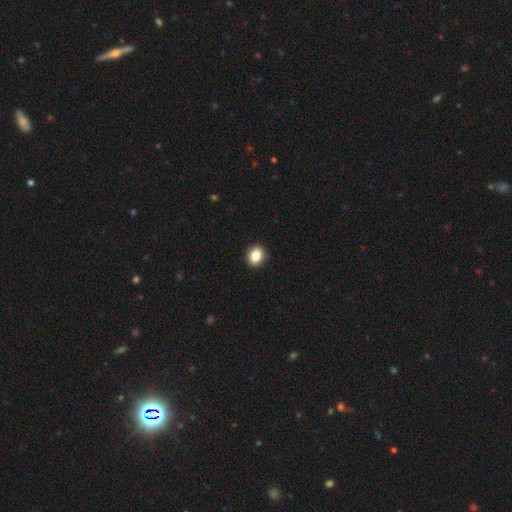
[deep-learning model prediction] Overall: smooth (85%). How rounded: in between (50%; round 49%). Merging: none (91%).